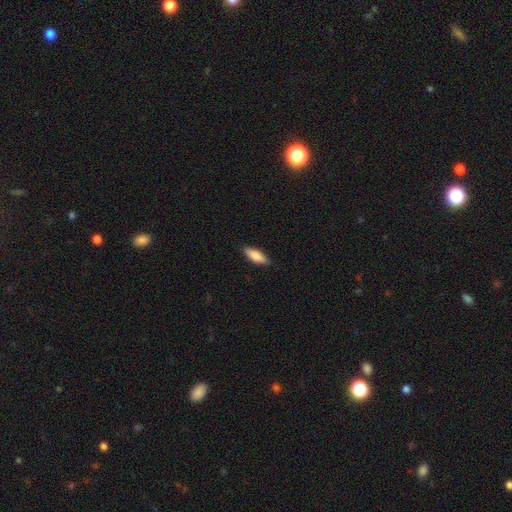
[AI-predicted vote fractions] Smooth or featured: smooth — 81% (featured or disk — 14%)
How rounded: in between — 57% (cigar-shaped — 41%)
Merging: none — 88% (minor disturbance — 9%)